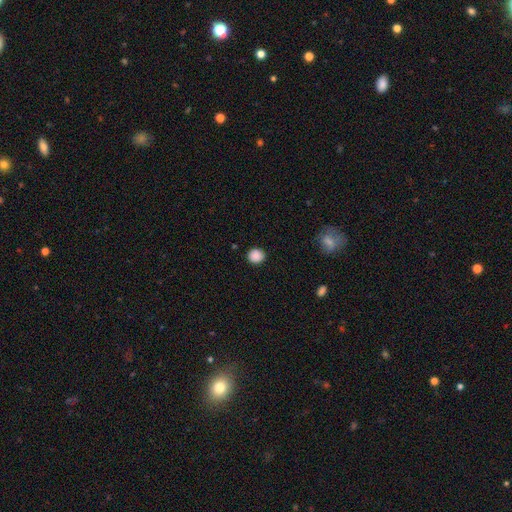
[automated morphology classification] Q: Smooth or featured?
A: smooth (88%); runner-up: star or artifact (9%)
Q: How rounded?
A: round (86%); runner-up: in between (13%)
Q: Merging?
A: none (89%); runner-up: minor disturbance (7%)